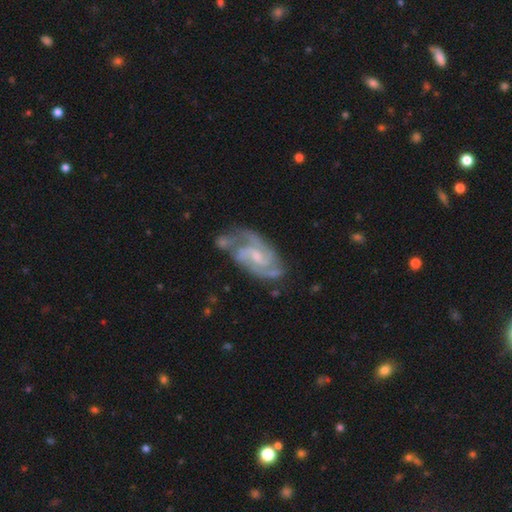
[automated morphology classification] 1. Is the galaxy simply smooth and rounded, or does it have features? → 89% featured or disk, 7% smooth, 5% star or artifact.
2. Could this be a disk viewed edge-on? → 97% no, 3% yes.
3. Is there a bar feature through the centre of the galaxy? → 52% weak, 36% no, 12% strong.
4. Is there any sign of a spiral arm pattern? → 97% yes, 3% no.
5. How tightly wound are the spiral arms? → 51% medium, 38% tight, 11% loose.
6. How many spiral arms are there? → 46% 2, 31% 3, 11% can't tell, 5% 4, 3% 1, 3% more than 4.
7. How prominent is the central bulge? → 49% small, 33% moderate, 14% none, 2% large, 1% dominant.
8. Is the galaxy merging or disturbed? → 59% none, 23% minor disturbance, 11% major disturbance, 8% merger.